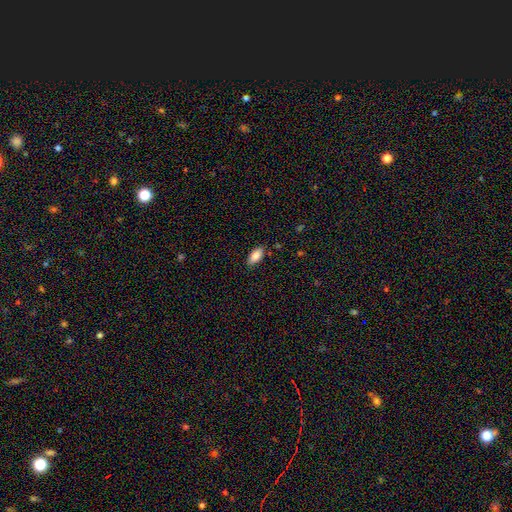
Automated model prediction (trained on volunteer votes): Morphology: type=smooth (86%); roundness=in between (91%); merging=none (85%).